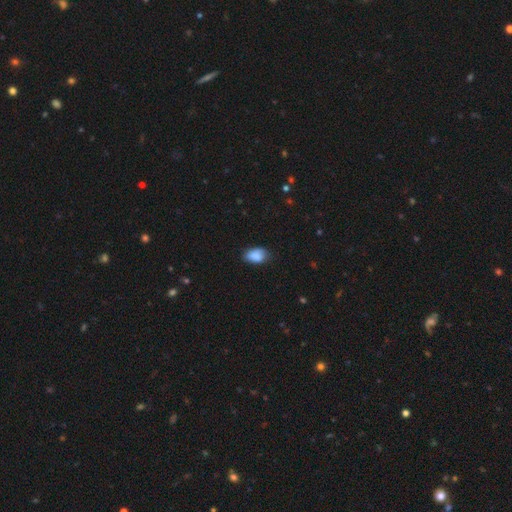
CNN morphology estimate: This is clearly a smooth galaxy (87%). How rounded: clearly in between (88%). Merging: likely none (67%).